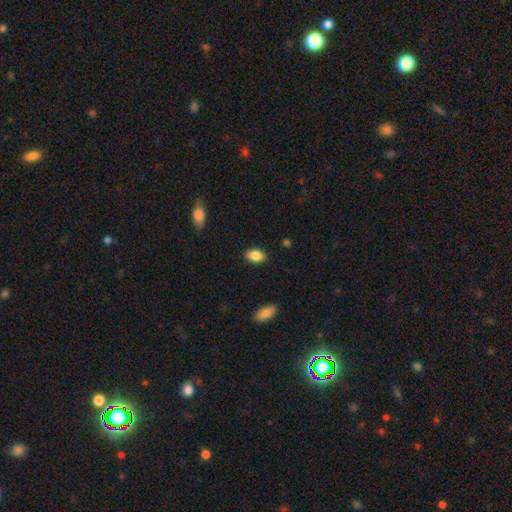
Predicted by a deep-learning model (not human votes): Smooth or featured: smooth — 87% (star or artifact — 7%)
How rounded: in between — 90% (round — 9%)
Merging: none — 87% (minor disturbance — 9%)